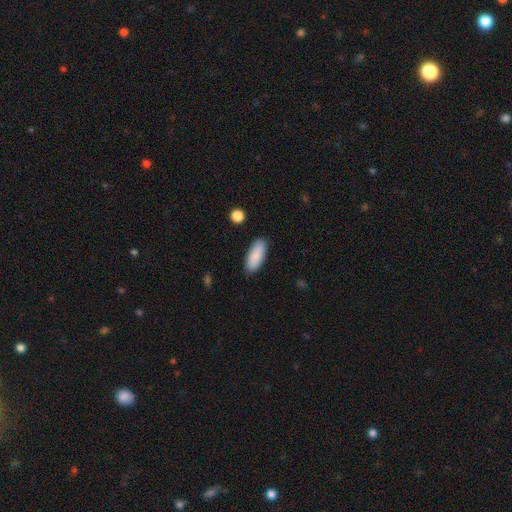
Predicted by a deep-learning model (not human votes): Smooth or featured?
  - smooth: 89% *
  - star or artifact: 6%
  - featured or disk: 5%
How rounded?
  - in between: 77% *
  - cigar-shaped: 22%
  - round: 2%
Merging?
  - none: 87% *
  - minor disturbance: 9%
  - major disturbance: 2%
  - merger: 1%